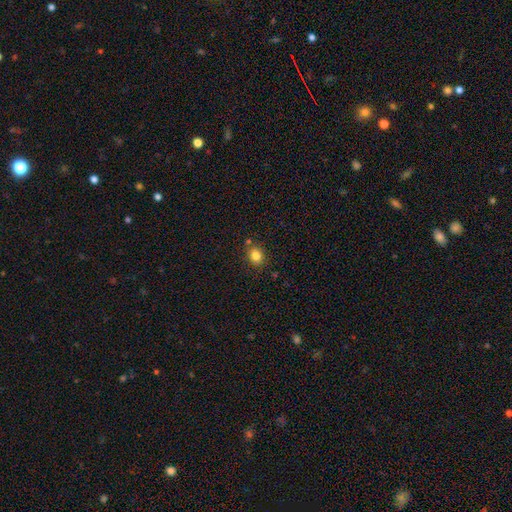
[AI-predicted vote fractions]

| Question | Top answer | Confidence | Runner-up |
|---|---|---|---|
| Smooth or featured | smooth | 83% | star or artifact (11%) |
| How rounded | round | 58% | in between (41%) |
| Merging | none | 79% | minor disturbance (11%) |